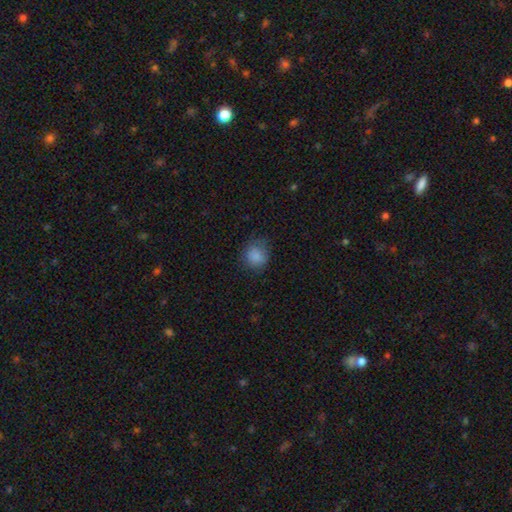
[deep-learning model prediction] Overall: smooth (86%). How rounded: round (78%). Merging: none (73%).